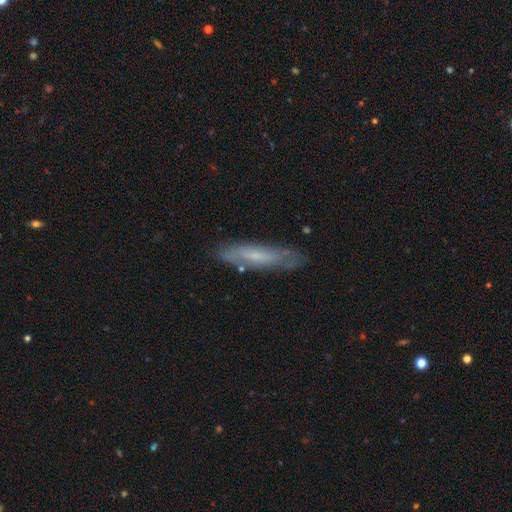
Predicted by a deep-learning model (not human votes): Overall: featured or disk (51%; smooth 42%). Edge-on disk: yes (52%; no 48%). Merging: none (74%).